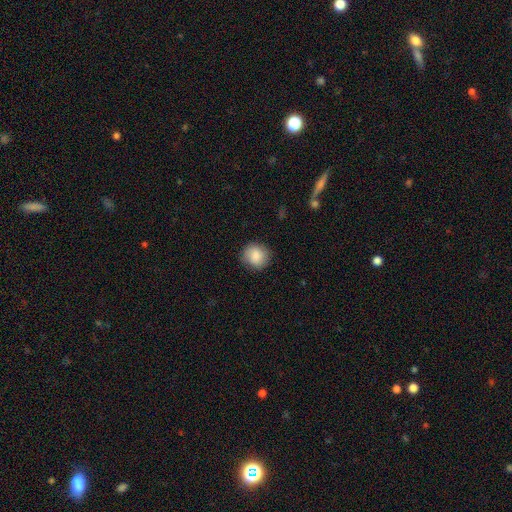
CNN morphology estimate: smooth_or_featured: smooth (p=0.85) [alt: featured or disk p=0.08]
how_rounded: round (p=0.88) [alt: in between p=0.11]
merging: none (p=0.85) [alt: minor disturbance p=0.11]